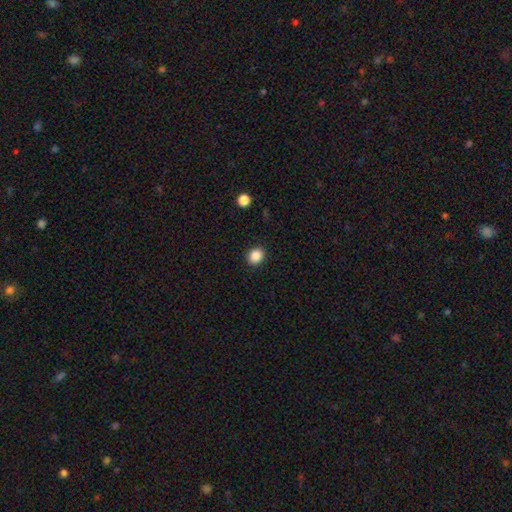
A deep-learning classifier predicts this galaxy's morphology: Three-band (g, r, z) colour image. It shows a smooth galaxy with no disk features (87%) that is round (68%). Merging: none (91%).